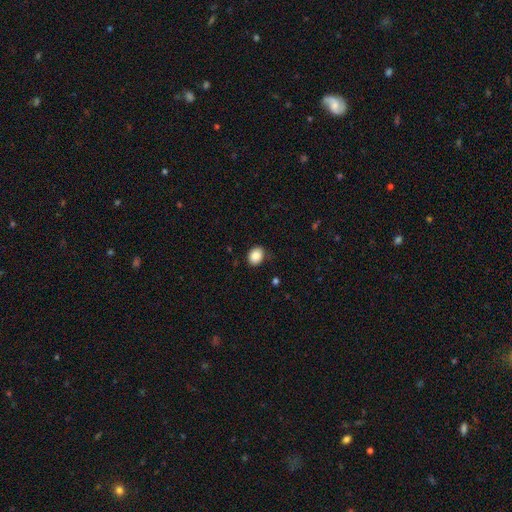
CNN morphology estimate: Smooth or featured?
  - smooth: 88% *
  - star or artifact: 9%
  - featured or disk: 4%
How rounded?
  - in between: 50% *
  - round: 49%
  - cigar-shaped: 1%
Merging?
  - none: 82% *
  - minor disturbance: 14%
  - major disturbance: 3%
  - merger: 1%